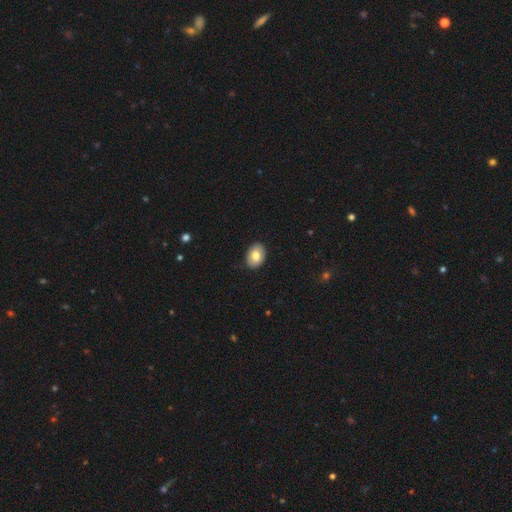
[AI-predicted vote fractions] This appears to be a smooth galaxy with no disk features (79%) that is in between round and cigar-shaped (76%). Merging: none (88%).